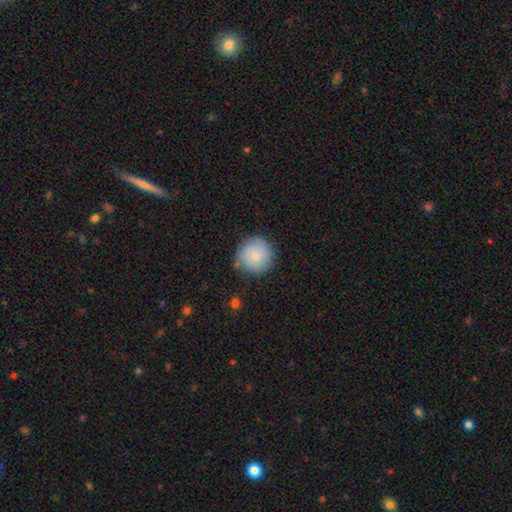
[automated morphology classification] Smooth or featured? Predicted: smooth (p=0.81). How rounded? Predicted: round (p=0.95). Merging? Predicted: none (p=0.83).